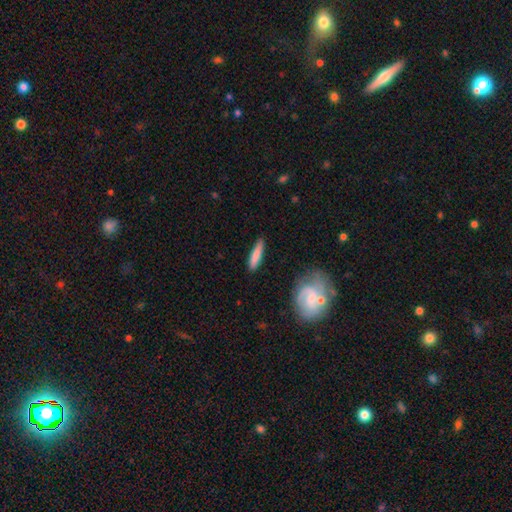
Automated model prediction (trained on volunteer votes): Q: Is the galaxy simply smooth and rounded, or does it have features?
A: smooth — 75%.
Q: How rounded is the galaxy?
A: cigar-shaped — 85%.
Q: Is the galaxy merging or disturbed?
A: none — 83%.